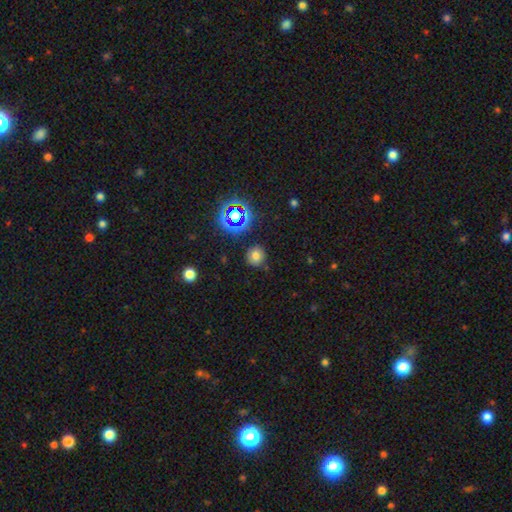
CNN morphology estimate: Q: Smooth or featured?
A: smooth (70%); runner-up: star or artifact (21%)
Q: How rounded?
A: round (84%); runner-up: in between (15%)
Q: Merging?
A: none (83%); runner-up: minor disturbance (12%)